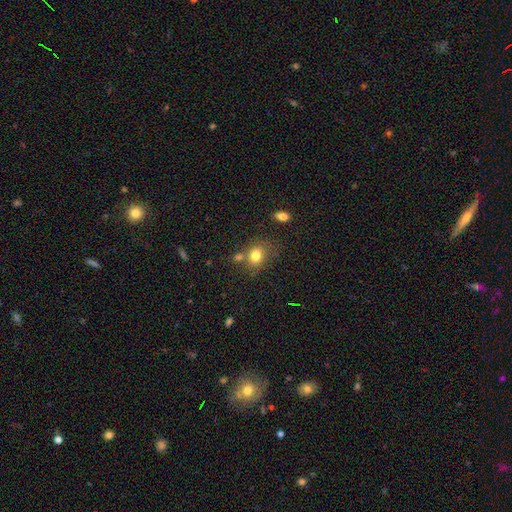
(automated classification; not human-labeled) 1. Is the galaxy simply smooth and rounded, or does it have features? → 78% smooth, 12% star or artifact, 10% featured or disk.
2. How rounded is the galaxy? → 52% in between, 47% round, 1% cigar-shaped.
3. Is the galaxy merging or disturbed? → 58% none, 20% merger, 17% minor disturbance, 6% major disturbance.